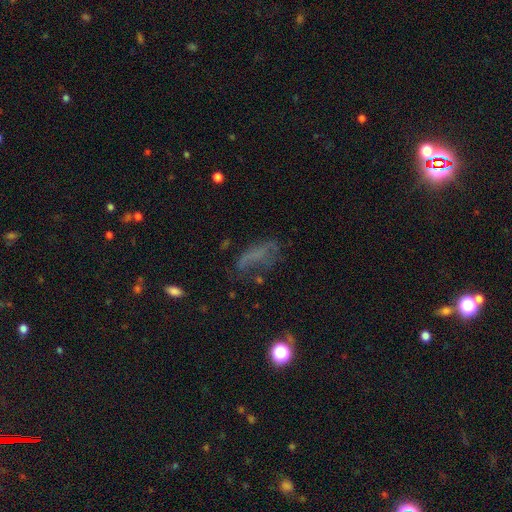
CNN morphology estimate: type=smooth (43%); merging=none (39%).